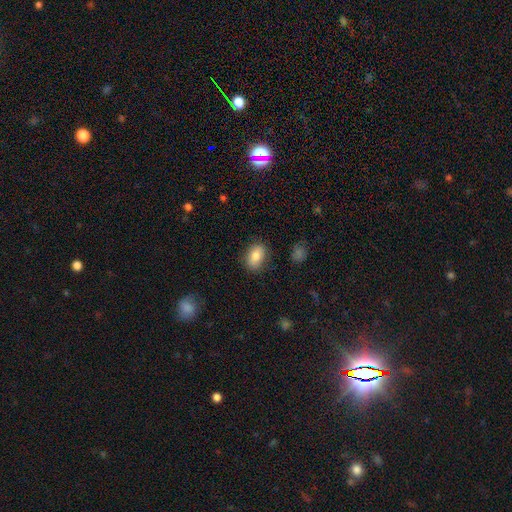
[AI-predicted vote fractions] smooth-or-featured: smooth: 83% | featured or disk: 9% | star or artifact: 8%
  how-rounded: in between: 83% | round: 15% | cigar-shaped: 2%
  merging: none: 84% | minor disturbance: 12% | major disturbance: 3% | merger: 2%